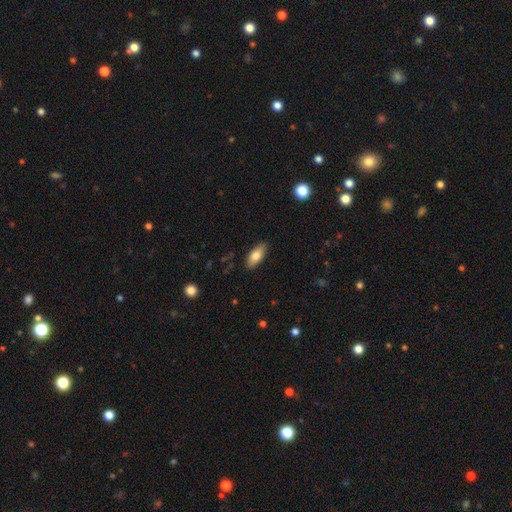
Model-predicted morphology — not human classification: Q: Smooth or featured?
A: smooth (78%); runner-up: featured or disk (15%)
Q: How rounded?
A: in between (83%); runner-up: cigar-shaped (14%)
Q: Merging?
A: none (86%); runner-up: minor disturbance (11%)